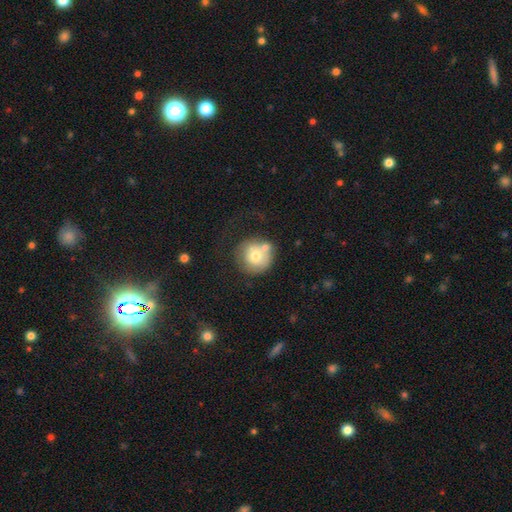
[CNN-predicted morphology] Overall: smooth (68%). How rounded: round (91%). Merging: none (50%; merger 23%).